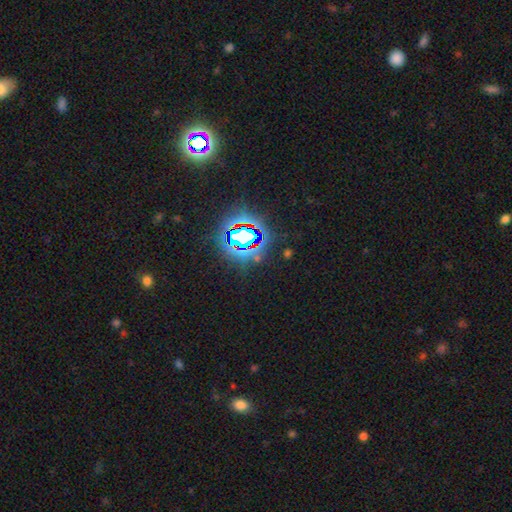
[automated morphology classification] Q: Smooth or featured?
A: star or artifact (79%); runner-up: smooth (12%)